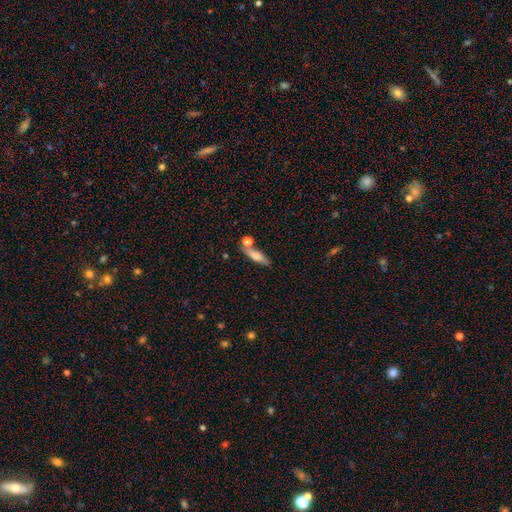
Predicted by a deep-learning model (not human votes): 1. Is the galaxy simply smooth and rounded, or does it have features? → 67% smooth, 25% featured or disk, 7% star or artifact.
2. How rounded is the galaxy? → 63% cigar-shaped, 34% in between, 4% round.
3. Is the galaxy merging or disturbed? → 68% none, 16% merger, 12% minor disturbance, 4% major disturbance.